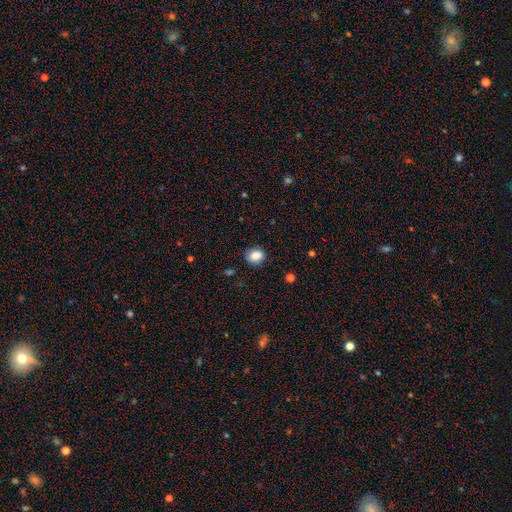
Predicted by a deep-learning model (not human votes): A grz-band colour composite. It shows a smooth galaxy with no disk features (84%) that is in between round and cigar-shaped (50%). Merging: none (83%).